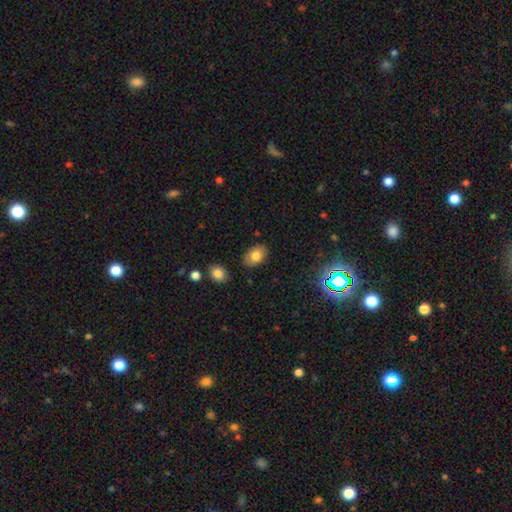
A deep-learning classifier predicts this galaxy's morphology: smooth_or_featured: smooth (p=0.80) [alt: featured or disk p=0.11]
how_rounded: in between (p=0.85) [alt: round p=0.14]
merging: none (p=0.84) [alt: minor disturbance p=0.11]